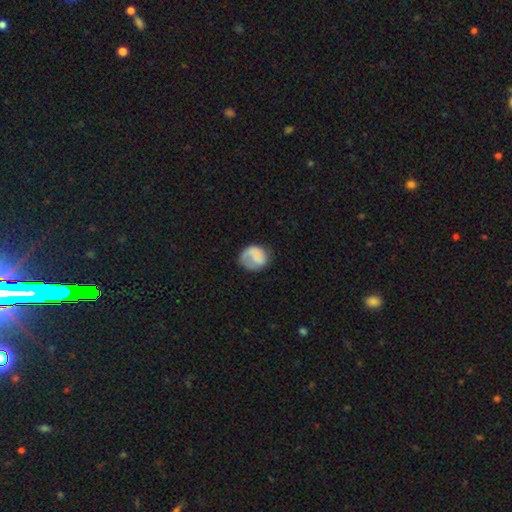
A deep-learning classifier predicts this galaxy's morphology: This is likely a smooth galaxy (65%). How rounded: likely round (69%). Merging: possibly none (53%).